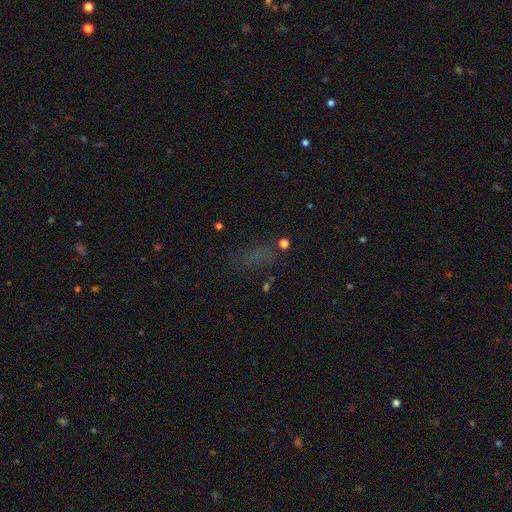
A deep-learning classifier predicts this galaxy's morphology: smooth 48%, star or artifact 39%, featured or disk 13%. Down the decision tree: merging — none (65%).